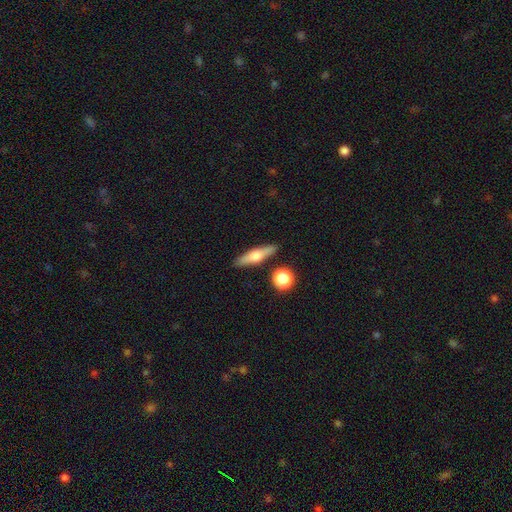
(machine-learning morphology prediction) smooth_or_featured: featured or disk (p=0.50) [alt: smooth p=0.43]
disk_edge_on: yes (p=0.92) [alt: no p=0.08]
merging: none (p=0.86) [alt: minor disturbance p=0.08]